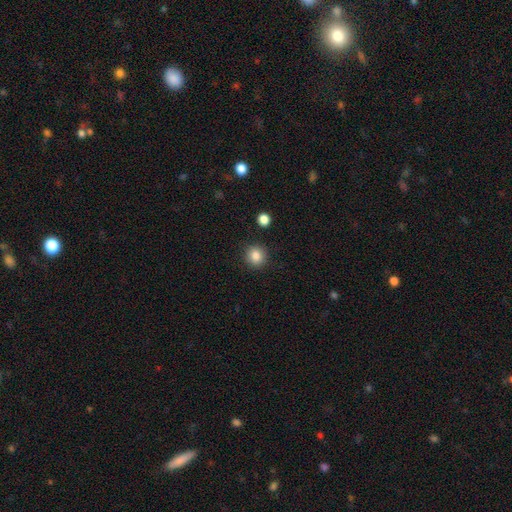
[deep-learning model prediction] Q: Smooth or featured?
A: smooth (85%); runner-up: star or artifact (10%)
Q: How rounded?
A: round (91%); runner-up: in between (8%)
Q: Merging?
A: none (90%); runner-up: minor disturbance (6%)